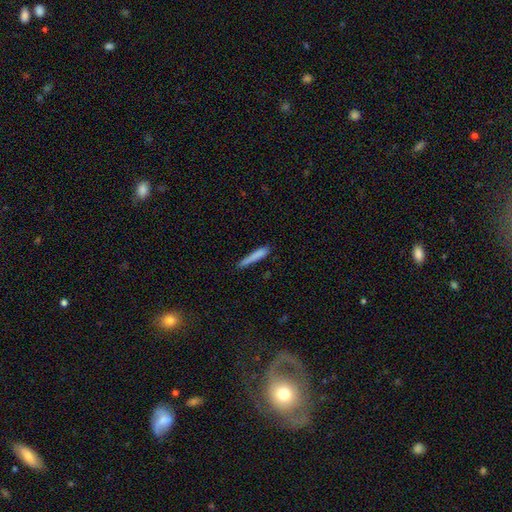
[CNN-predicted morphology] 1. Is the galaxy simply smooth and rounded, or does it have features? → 81% smooth, 12% featured or disk, 7% star or artifact.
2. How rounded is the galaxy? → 94% cigar-shaped, 5% in between, 1% round.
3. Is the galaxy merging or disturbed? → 77% none, 17% minor disturbance, 3% major disturbance, 2% merger.